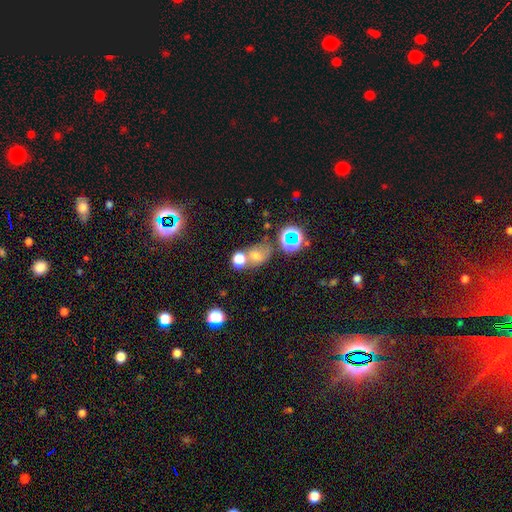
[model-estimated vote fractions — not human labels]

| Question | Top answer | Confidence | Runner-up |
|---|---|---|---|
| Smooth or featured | smooth | 49% | star or artifact (36%) |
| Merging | none | 53% | merger (27%) |